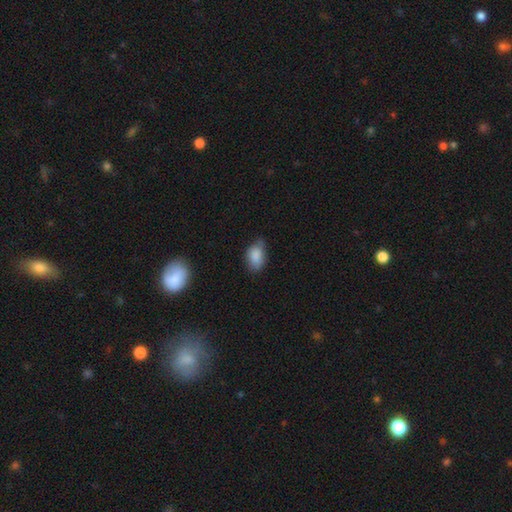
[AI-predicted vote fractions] smooth-or-featured: smooth: 85% | star or artifact: 8% | featured or disk: 8%
  how-rounded: in between: 86% | round: 13% | cigar-shaped: 2%
  merging: none: 53% | minor disturbance: 37% | major disturbance: 7% | merger: 2%